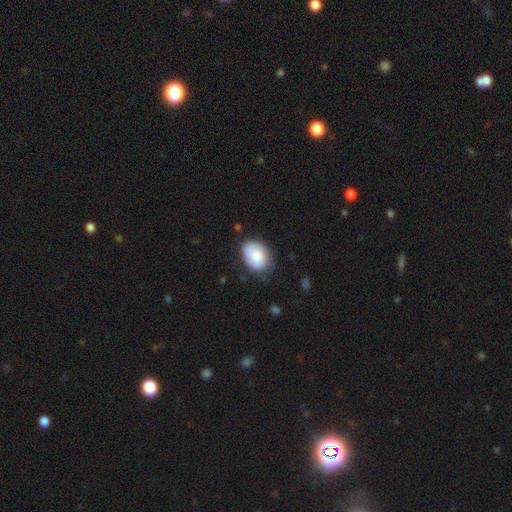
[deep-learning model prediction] A smooth galaxy with no disk features (80%) that is in between round and cigar-shaped (68%).

Vote fractions:
- Smooth or featured? smooth: 80% / featured or disk: 13% / star or artifact: 7%
- How rounded? in between: 68% / round: 31% / cigar-shaped: 1%
- Merging? none: 66% / minor disturbance: 26% / major disturbance: 6% / merger: 2%